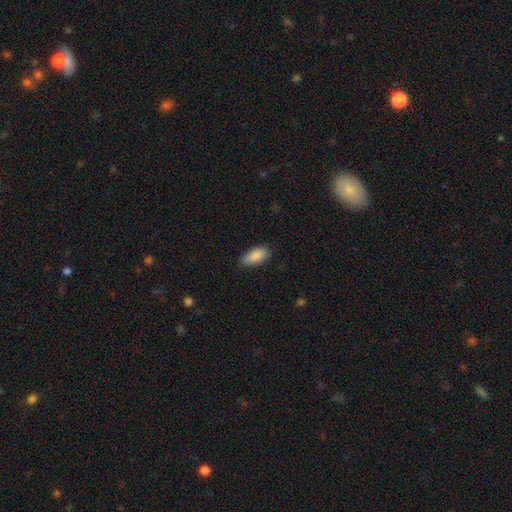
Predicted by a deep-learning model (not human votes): The model was most divided on "merging": none: 82%, minor disturbance: 14%, major disturbance: 3%, merger: 1%. More confident: how rounded — in between (89%); smooth or featured — smooth (89%).